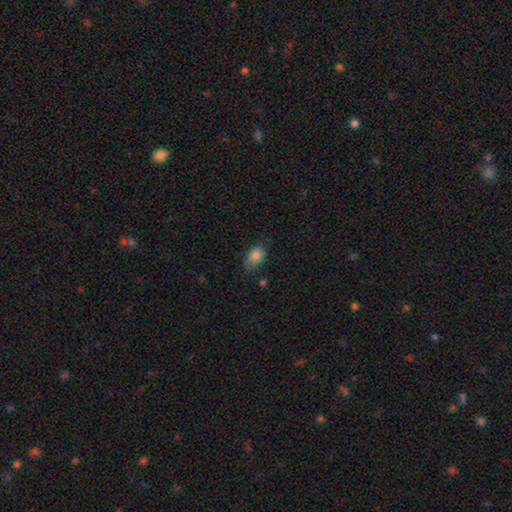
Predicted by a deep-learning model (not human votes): smooth_or_featured: smooth (p=0.83) [alt: star or artifact p=0.09]
how_rounded: in between (p=0.84) [alt: round p=0.15]
merging: none (p=0.63) [alt: minor disturbance p=0.29]